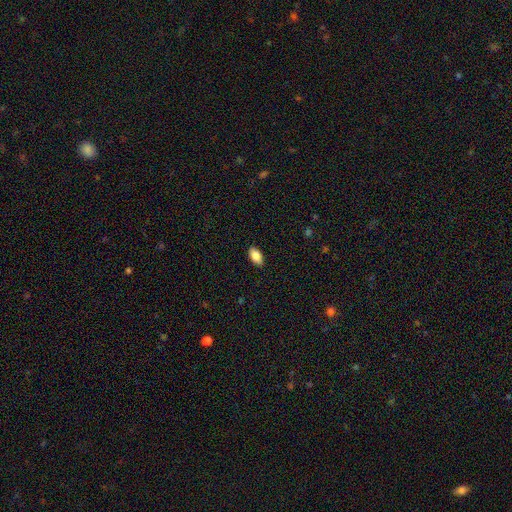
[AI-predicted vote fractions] A smooth galaxy with no disk features (83%) that is in between round and cigar-shaped (92%).

Vote fractions:
- Smooth or featured? smooth: 83% / featured or disk: 10% / star or artifact: 7%
- How rounded? in between: 92% / round: 4% / cigar-shaped: 3%
- Merging? none: 88% / minor disturbance: 9% / major disturbance: 2% / merger: 1%